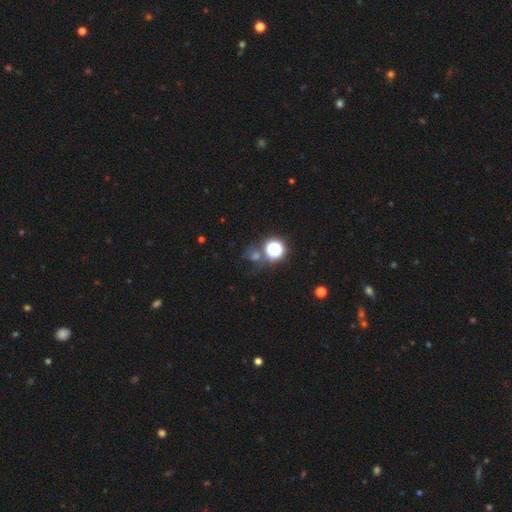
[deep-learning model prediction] Q: Smooth or featured?
A: star or artifact (58%); runner-up: smooth (31%)